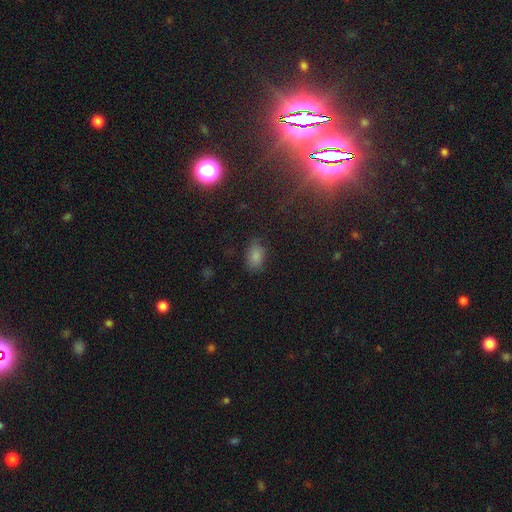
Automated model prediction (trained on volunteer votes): Q: Smooth or featured?
A: smooth (79%); runner-up: star or artifact (14%)
Q: How rounded?
A: in between (85%); runner-up: round (13%)
Q: Merging?
A: none (69%); runner-up: minor disturbance (22%)